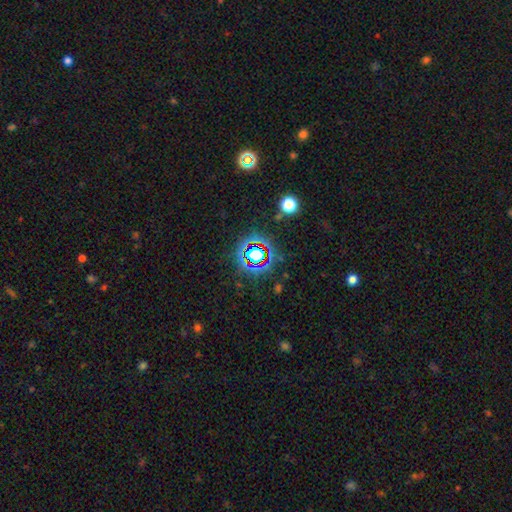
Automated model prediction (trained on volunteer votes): smooth_or_featured: star or artifact (p=0.69) [alt: smooth p=0.18]